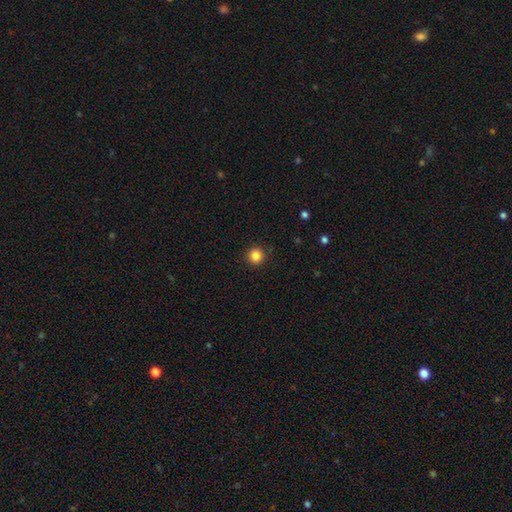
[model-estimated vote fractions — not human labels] smooth 84%, star or artifact 12%, featured or disk 4%. Down the decision tree: how rounded — round (96%); merging — none (92%).